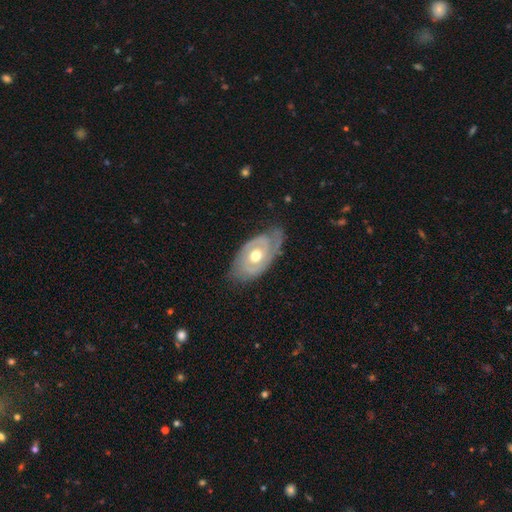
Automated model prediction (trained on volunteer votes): Q: Smooth or featured?
A: featured or disk (76%); runner-up: smooth (19%)
Q: Edge-on disk?
A: no (93%); runner-up: yes (7%)
Q: Bar?
A: no (79%); runner-up: weak (17%)
Q: Spiral arms?
A: yes (76%); runner-up: no (24%)
Q: Spiral winding?
A: tight (63%); runner-up: medium (27%)
Q: Spiral arm count?
A: 2 (53%); runner-up: can't tell (25%)
Q: Bulge size?
A: moderate (78%); runner-up: small (12%)
Q: Merging?
A: none (65%); runner-up: minor disturbance (26%)